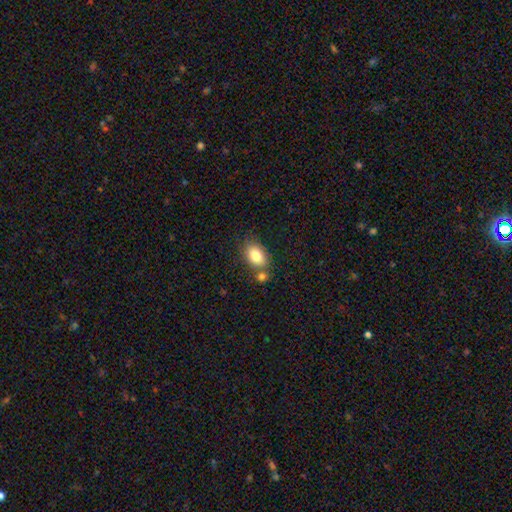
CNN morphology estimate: Smooth or featured: smooth — 81% (featured or disk — 11%)
How rounded: in between — 86% (round — 12%)
Merging: none — 59% (merger — 23%)